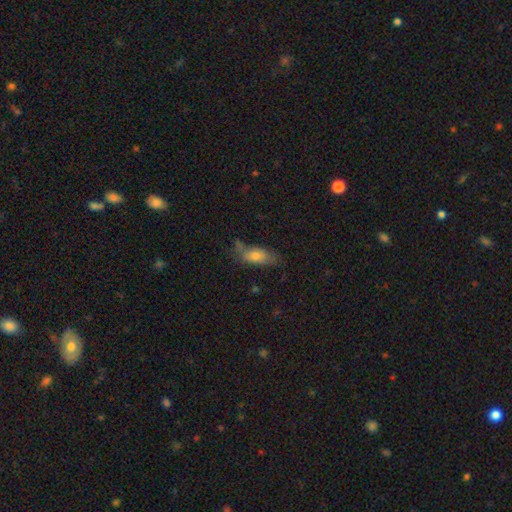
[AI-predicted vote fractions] Smooth or featured?
  - smooth: 68% *
  - featured or disk: 22%
  - star or artifact: 10%
How rounded?
  - in between: 75% *
  - cigar-shaped: 21%
  - round: 4%
Merging?
  - none: 54% *
  - minor disturbance: 27%
  - major disturbance: 11%
  - merger: 7%